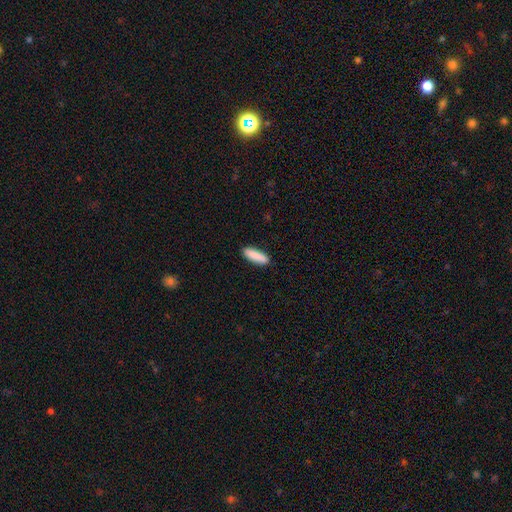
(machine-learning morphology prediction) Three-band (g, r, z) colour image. It shows a smooth galaxy with no disk features (89%) that is cigar-shaped (57%). Merging: none (89%).